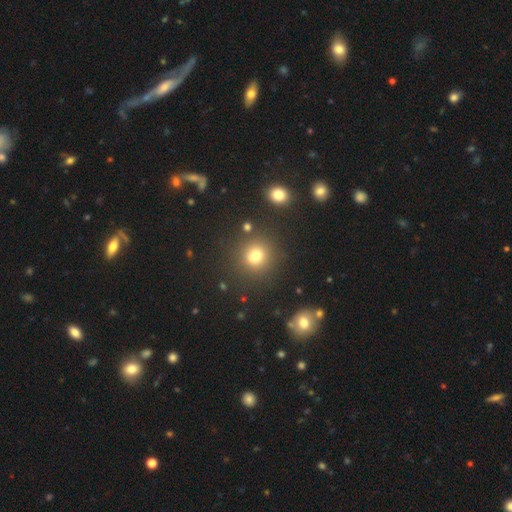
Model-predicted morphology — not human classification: A smooth galaxy with no disk features (75%) that is round (91%). Merging: none (83%).